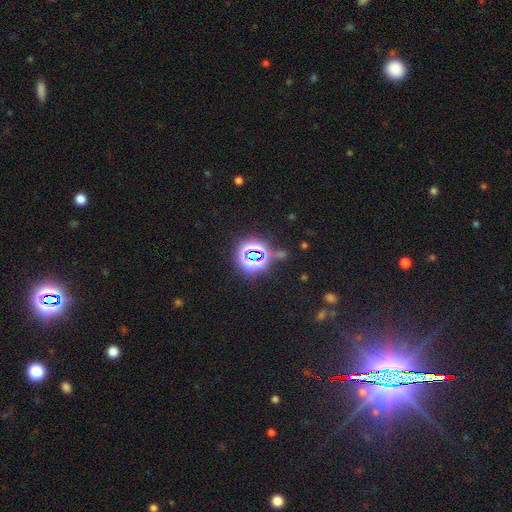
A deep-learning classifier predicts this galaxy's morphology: A star or artifact, not a galaxy (74%).